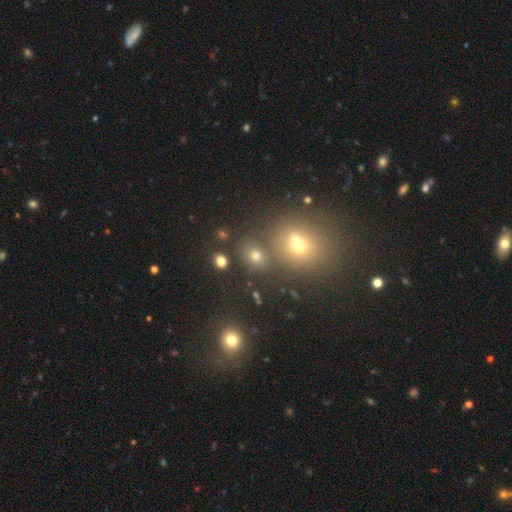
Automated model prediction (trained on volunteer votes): A smooth galaxy with no disk features (59%) that is round (66%).

Vote fractions:
- Smooth or featured? smooth: 59% / star or artifact: 29% / featured or disk: 12%
- How rounded? round: 66% / in between: 32% / cigar-shaped: 2%
- Merging? none: 59% / merger: 27% / minor disturbance: 9% / major disturbance: 4%